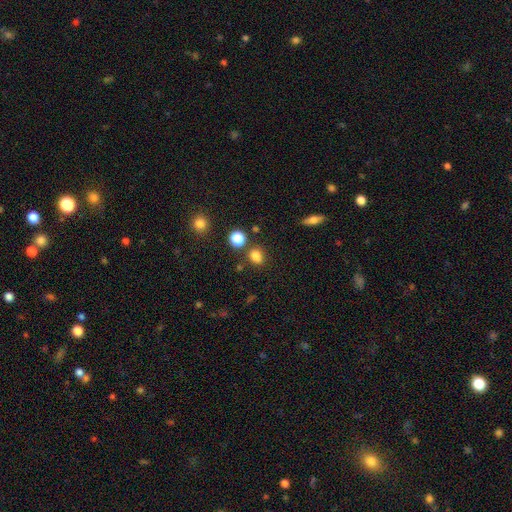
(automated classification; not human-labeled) Smooth or featured? Predicted: smooth (p=0.79). How rounded? Predicted: in between (p=0.51). Merging? Predicted: none (p=0.70).